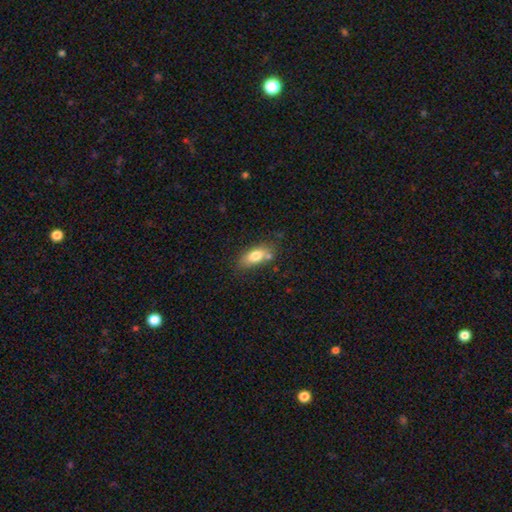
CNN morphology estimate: Q: Smooth or featured?
A: smooth (77%); runner-up: featured or disk (15%)
Q: How rounded?
A: in between (83%); runner-up: cigar-shaped (12%)
Q: Merging?
A: none (62%); runner-up: minor disturbance (20%)